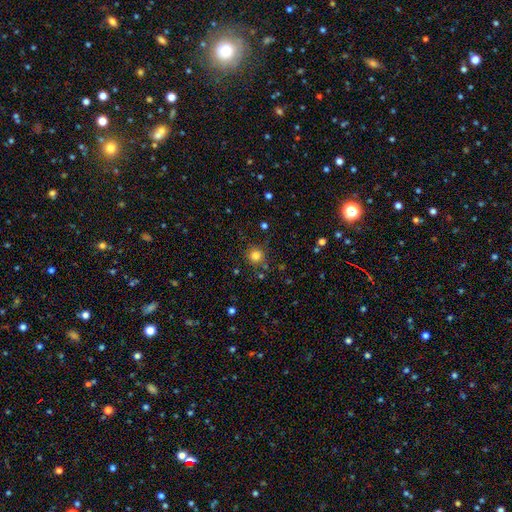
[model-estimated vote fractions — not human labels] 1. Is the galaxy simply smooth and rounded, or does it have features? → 81% smooth, 14% star or artifact, 5% featured or disk.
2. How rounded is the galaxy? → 94% round, 5% in between, 1% cigar-shaped.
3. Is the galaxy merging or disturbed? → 84% none, 9% minor disturbance, 4% merger, 3% major disturbance.